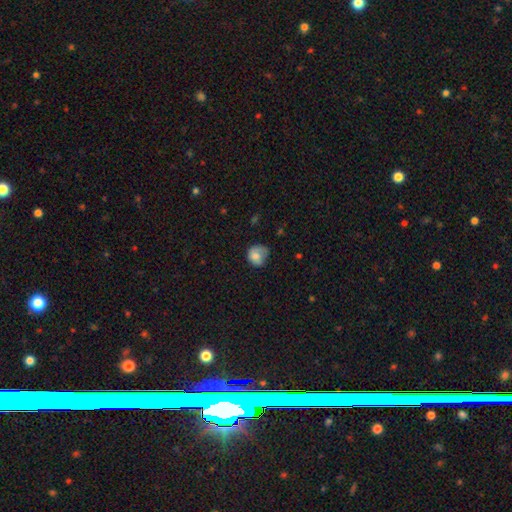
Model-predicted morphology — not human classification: A smooth galaxy with no disk features (77%) that is round (70%). Merging: none (41%).